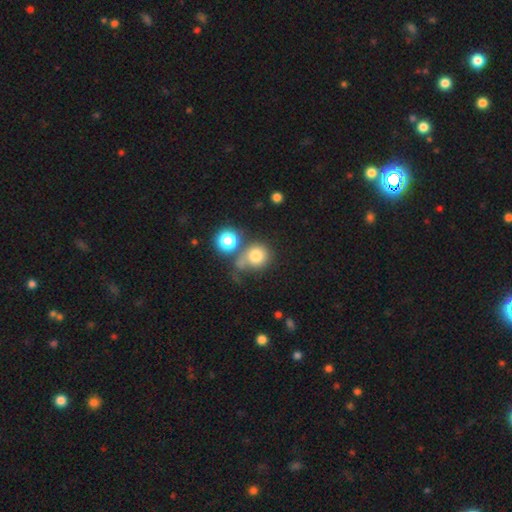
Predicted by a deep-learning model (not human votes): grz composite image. It shows a smooth galaxy with no disk features (76%) that is round (85%). Merging: none (42%).